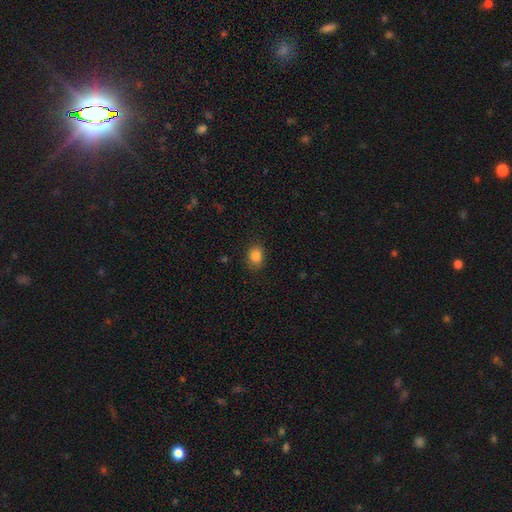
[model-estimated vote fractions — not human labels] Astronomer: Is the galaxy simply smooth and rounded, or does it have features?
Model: smooth — 85%.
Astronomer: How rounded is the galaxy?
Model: in between — 54% (runner-up: round, 45%).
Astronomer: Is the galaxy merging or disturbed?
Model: none — 86%.